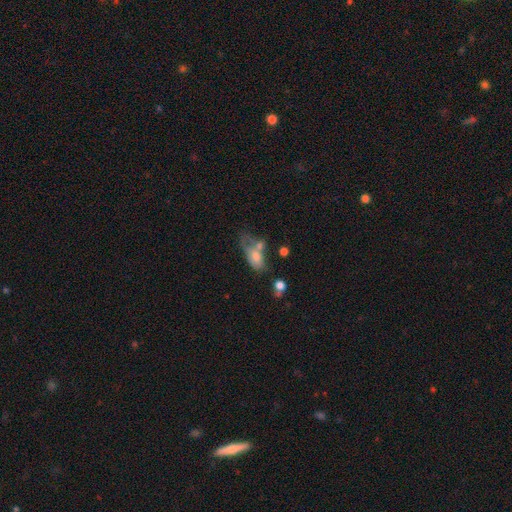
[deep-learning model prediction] A smooth galaxy with no disk features (62%) that is in between round and cigar-shaped (86%). Merging: merger (35%).